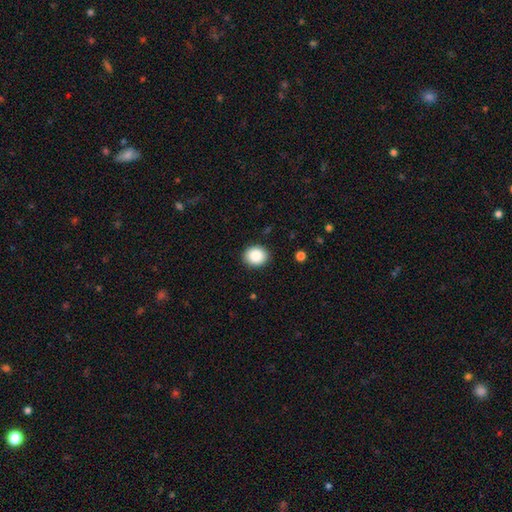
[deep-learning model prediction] This appears to be a smooth galaxy with no disk features (87%) that is round (71%). Merging: none (90%).